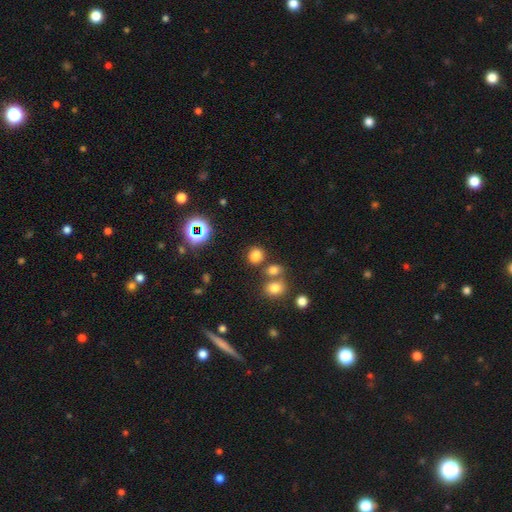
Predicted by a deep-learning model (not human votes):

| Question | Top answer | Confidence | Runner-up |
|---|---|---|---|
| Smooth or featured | smooth | 71% | star or artifact (23%) |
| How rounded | round | 64% | in between (34%) |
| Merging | none | 67% | merger (18%) |